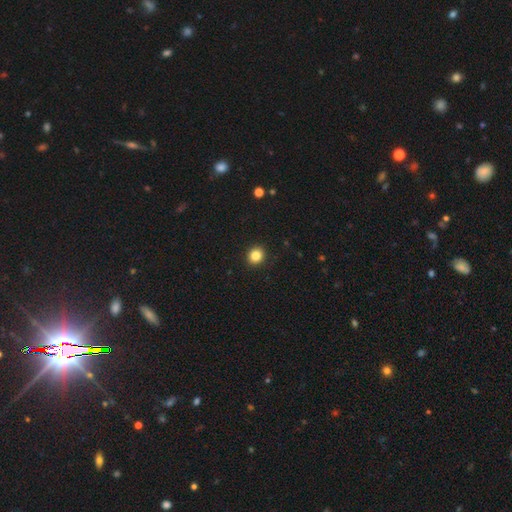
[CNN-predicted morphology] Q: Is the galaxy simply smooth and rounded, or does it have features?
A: smooth — 84%.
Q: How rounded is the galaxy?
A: round — 84%.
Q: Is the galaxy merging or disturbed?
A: none — 92%.